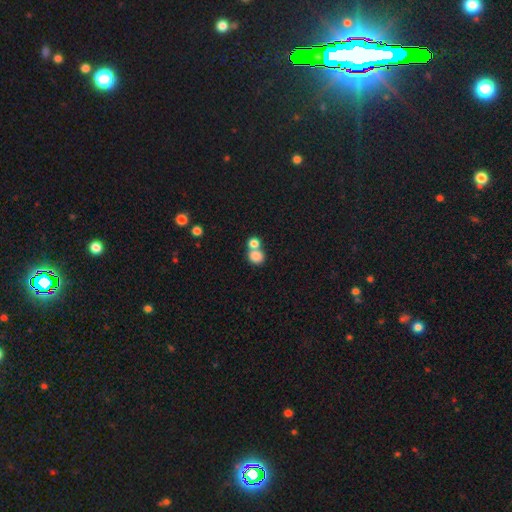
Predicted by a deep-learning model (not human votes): Smooth or featured? Predicted: smooth (p=0.82). How rounded? Predicted: round (p=0.73). Merging? Predicted: merger (p=0.50).